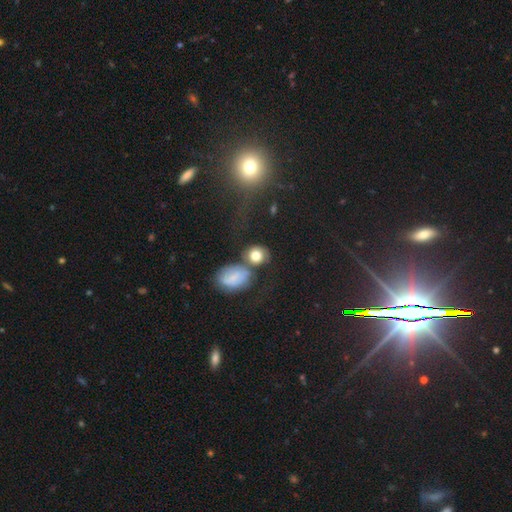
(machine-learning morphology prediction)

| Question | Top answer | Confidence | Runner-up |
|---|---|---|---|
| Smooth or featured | smooth | 74% | featured or disk (16%) |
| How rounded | round | 72% | in between (26%) |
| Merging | none | 51% | merger (27%) |